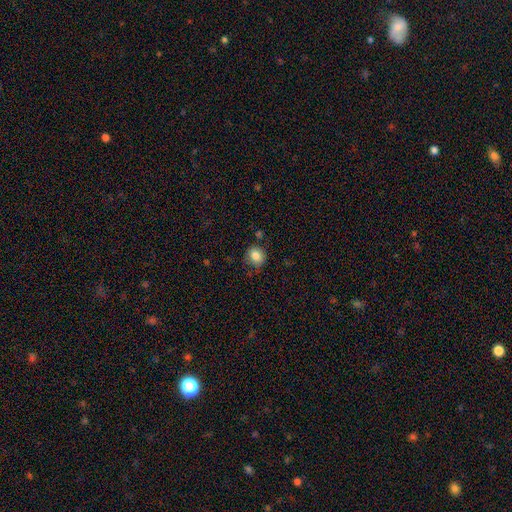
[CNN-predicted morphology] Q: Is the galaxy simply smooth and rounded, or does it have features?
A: smooth — 84%.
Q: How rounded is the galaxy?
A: round — 75%.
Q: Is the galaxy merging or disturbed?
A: none — 76%.